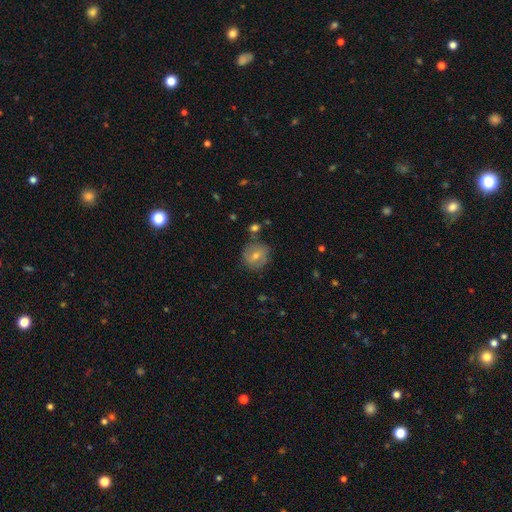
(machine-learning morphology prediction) This is possibly a smooth galaxy (46%). Merging: likely none (79%).